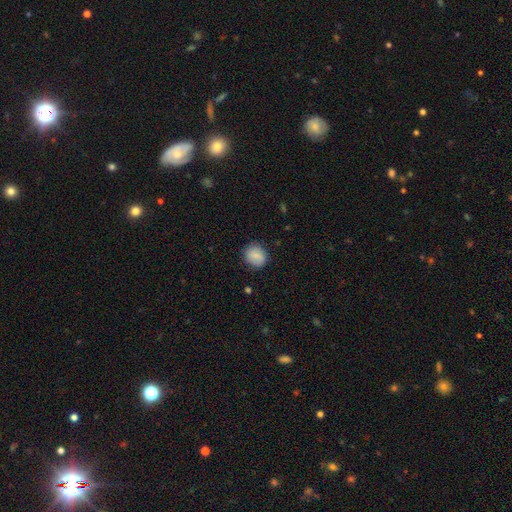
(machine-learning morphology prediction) Smooth or featured: smooth — 79% (featured or disk — 13%)
How rounded: round — 76% (in between — 23%)
Merging: none — 83% (minor disturbance — 13%)